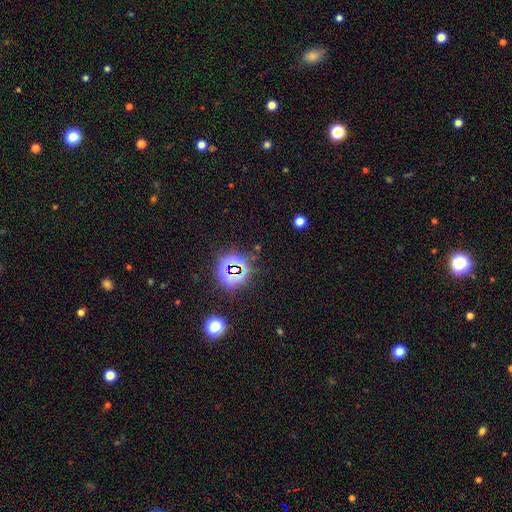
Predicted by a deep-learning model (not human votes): A star or artifact, not a galaxy (77%).